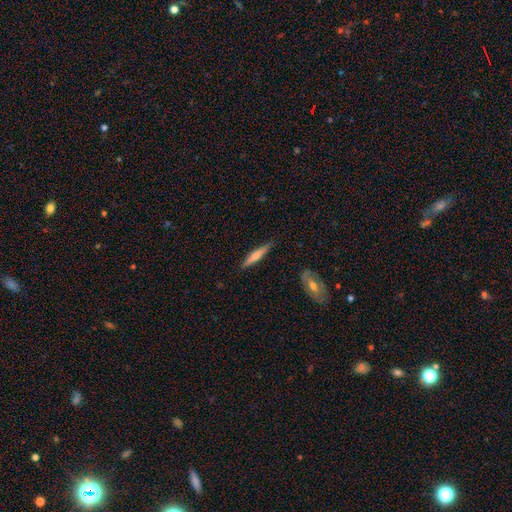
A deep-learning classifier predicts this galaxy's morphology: Smooth or featured? smooth (58%)
How rounded? cigar-shaped (90%)
Merging? none (86%)